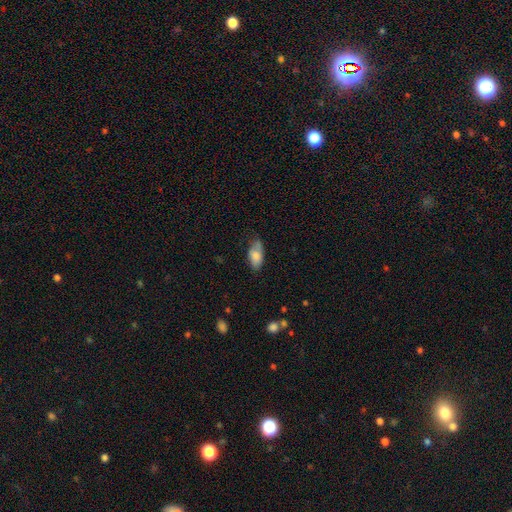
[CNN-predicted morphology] This is likely a smooth galaxy (76%). How rounded: clearly in between (91%). Merging: likely none (65%).